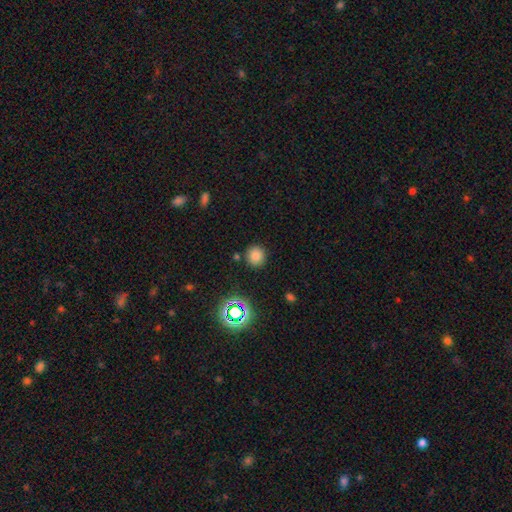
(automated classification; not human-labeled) Smooth or featured?
  - smooth: 78% *
  - star or artifact: 17%
  - featured or disk: 6%
How rounded?
  - round: 90% *
  - in between: 9%
  - cigar-shaped: 1%
Merging?
  - none: 86% *
  - minor disturbance: 8%
  - merger: 3%
  - major disturbance: 3%